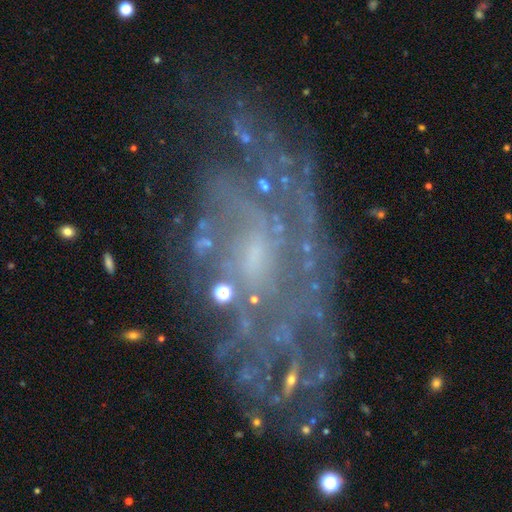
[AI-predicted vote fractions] Overall: featured or disk (81%). Edge-on disk: no (95%). Bar: no (60%; weak 32%). Spiral arms: yes (79%). Spiral arm count: can't tell (54%; 2 18%). Spiral winding: tight (50%; medium 34%). Bulge size: small (54%; none 22%). Merging: none (58%; minor disturbance 23%).